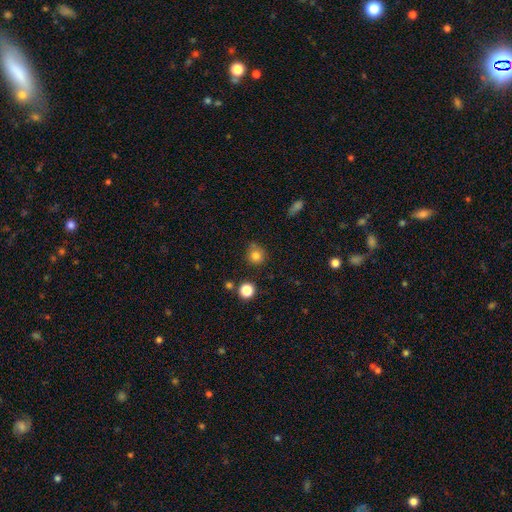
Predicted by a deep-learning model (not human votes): A smooth galaxy with no disk features (80%) that is round (90%). Merging: none (74%).